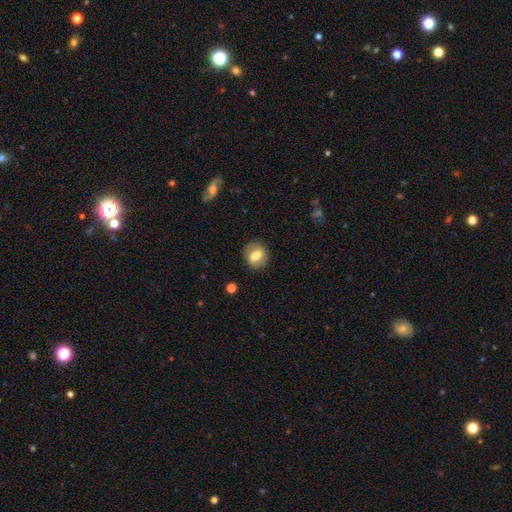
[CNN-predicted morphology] Q: Smooth or featured?
A: smooth (68%); runner-up: featured or disk (24%)
Q: How rounded?
A: round (56%); runner-up: in between (43%)
Q: Merging?
A: none (84%); runner-up: minor disturbance (11%)